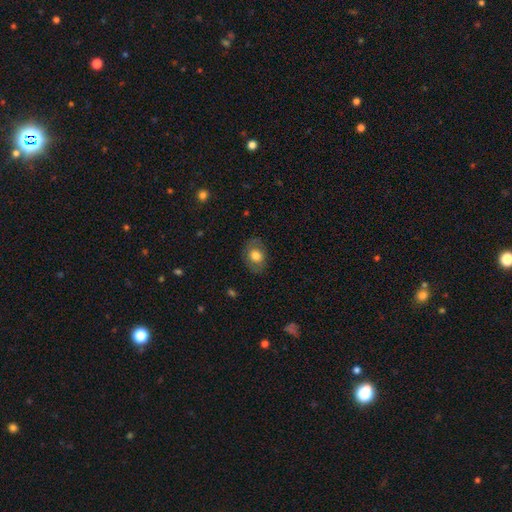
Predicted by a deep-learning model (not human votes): Smooth or featured? Predicted: smooth (p=0.69). How rounded? Predicted: in between (p=0.63). Merging? Predicted: none (p=0.80).